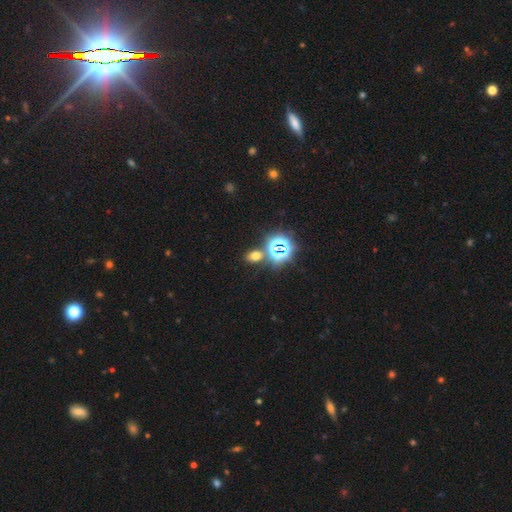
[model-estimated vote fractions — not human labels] Smooth or featured?
  - smooth: 56% *
  - star or artifact: 35%
  - featured or disk: 8%
How rounded?
  - in between: 64% *
  - round: 34%
  - cigar-shaped: 2%
Merging?
  - none: 75% *
  - merger: 12%
  - minor disturbance: 9%
  - major disturbance: 4%